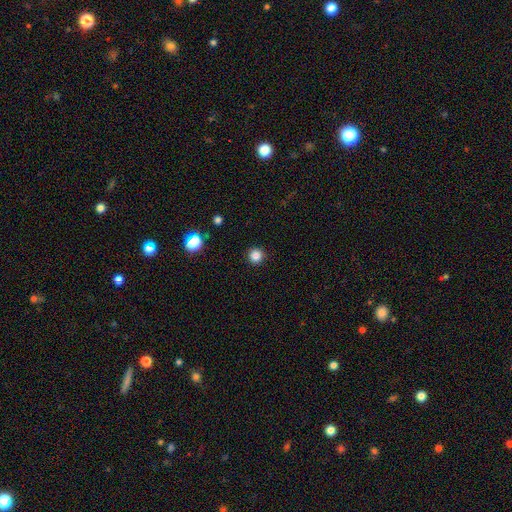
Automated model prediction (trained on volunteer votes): This appears to be a smooth galaxy with no disk features (84%) that is round (96%). Merging: none (92%).